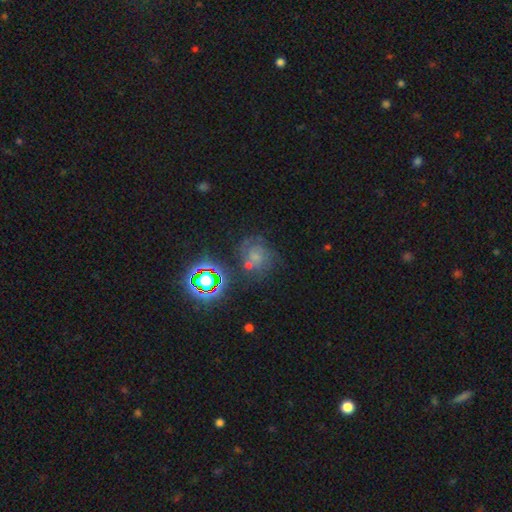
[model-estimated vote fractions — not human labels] This appears to be a featured or disk galaxy (44%). Merging: none (52%).